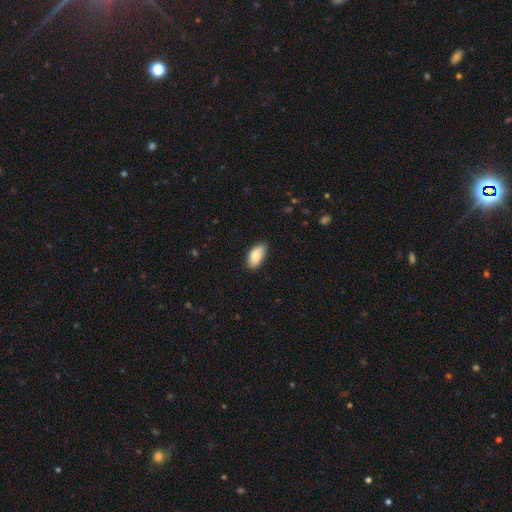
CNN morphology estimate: smooth 82%, featured or disk 11%, star or artifact 6%. Down the decision tree: how rounded — in between (93%); merging — none (83%).